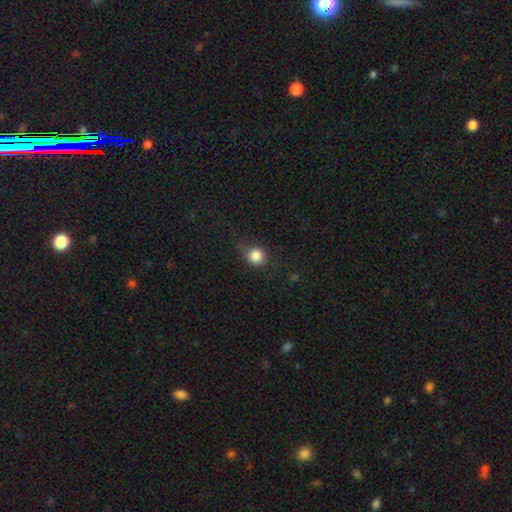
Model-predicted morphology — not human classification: This is clearly a smooth galaxy (83%). How rounded: clearly round (84%). Merging: likely none (71%).